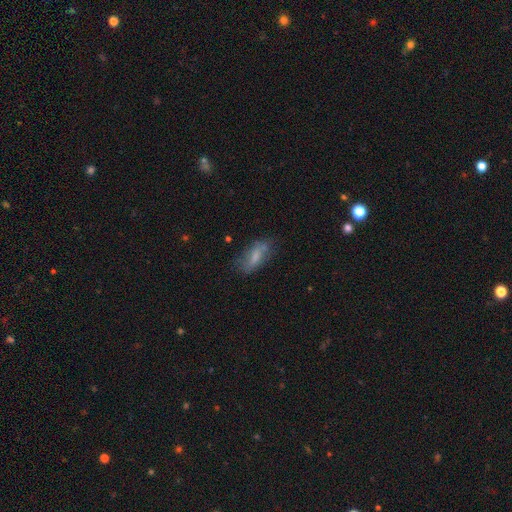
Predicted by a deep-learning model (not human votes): Smooth or featured? Predicted: smooth (p=0.64). How rounded? Predicted: in between (p=0.74). Merging? Predicted: none (p=0.60).